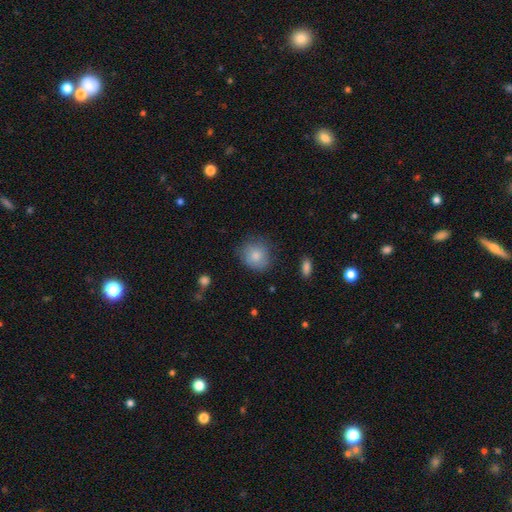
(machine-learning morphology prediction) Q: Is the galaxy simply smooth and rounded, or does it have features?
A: smooth — 81%.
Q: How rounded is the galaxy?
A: round — 80%.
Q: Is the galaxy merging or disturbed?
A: none — 74%.